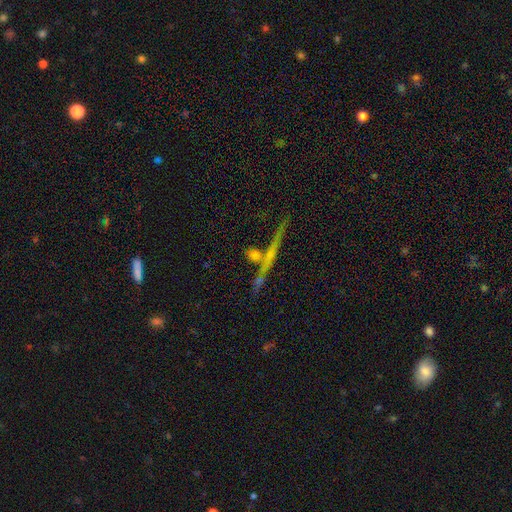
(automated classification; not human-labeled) smooth 42%, featured or disk 35%, star or artifact 24%. Down the decision tree: merging — none (63%).